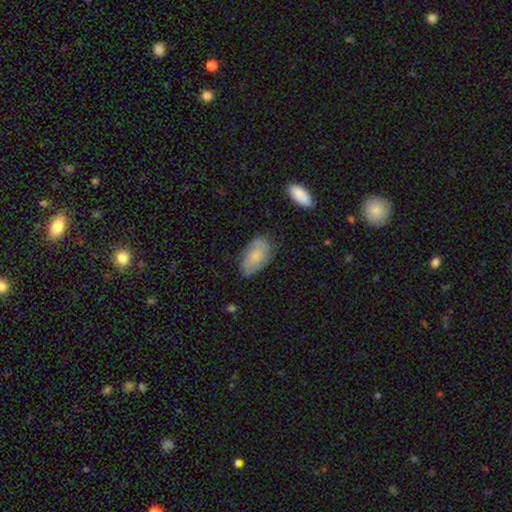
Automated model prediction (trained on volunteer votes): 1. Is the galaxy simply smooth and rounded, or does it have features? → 63% smooth, 30% featured or disk, 7% star or artifact.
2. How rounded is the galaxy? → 93% in between, 4% round, 3% cigar-shaped.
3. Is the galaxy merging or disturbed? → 71% none, 22% minor disturbance, 5% major disturbance, 2% merger.